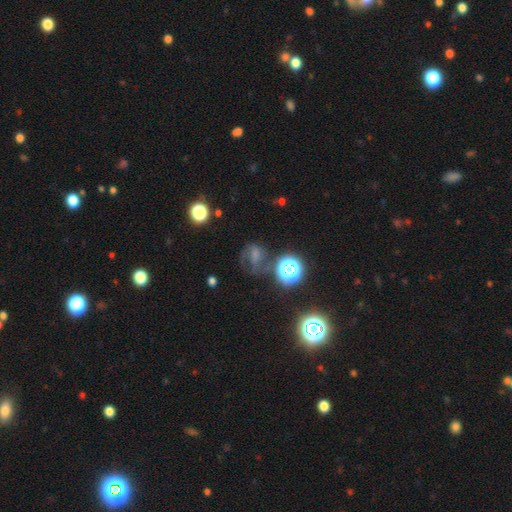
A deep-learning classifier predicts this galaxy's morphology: This is marginally a smooth galaxy (37%). Merging: marginally none (42%).